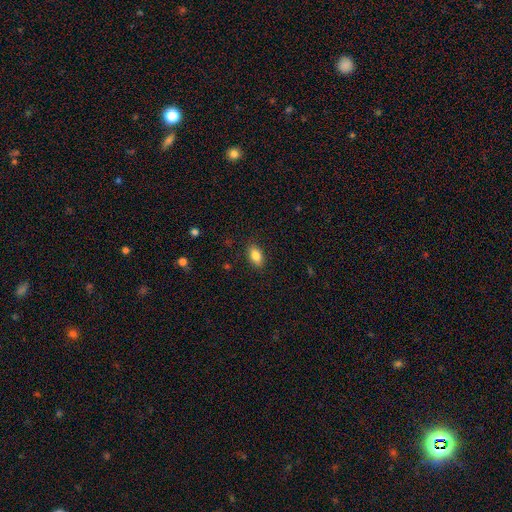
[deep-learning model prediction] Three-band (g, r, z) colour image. It shows a smooth galaxy with no disk features (84%) that is in between round and cigar-shaped (89%). Merging: none (88%).